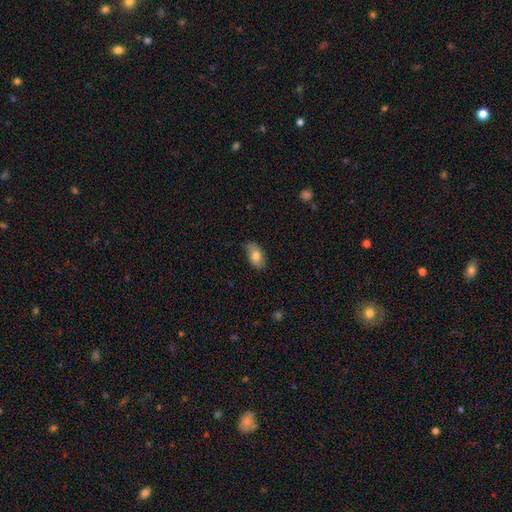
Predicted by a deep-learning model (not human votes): This is likely a smooth galaxy (79%). How rounded: clearly in between (92%). Merging: likely none (74%).